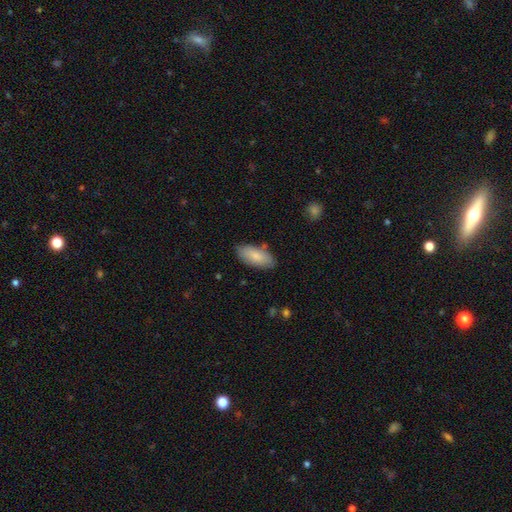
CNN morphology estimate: Smooth or featured? Predicted: smooth (p=0.84). How rounded? Predicted: in between (p=0.86). Merging? Predicted: none (p=0.81).